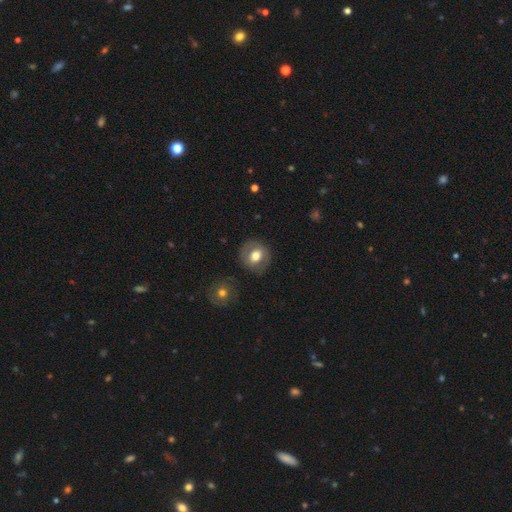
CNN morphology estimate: A smooth galaxy with no disk features (60%) that is round (79%).

Vote fractions:
- Smooth or featured? smooth: 60% / featured or disk: 32% / star or artifact: 8%
- How rounded? round: 79% / in between: 20% / cigar-shaped: 1%
- Merging? none: 83% / minor disturbance: 11% / major disturbance: 4% / merger: 2%